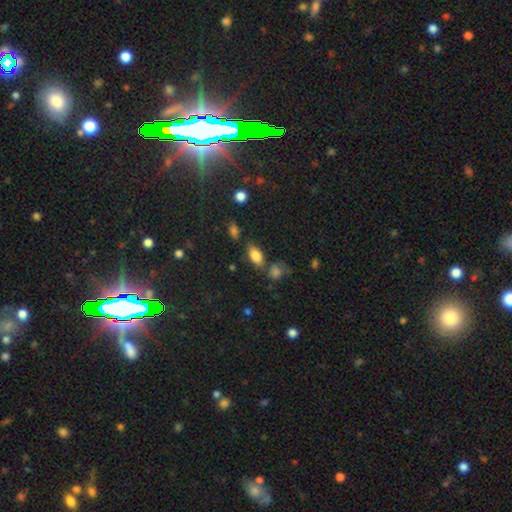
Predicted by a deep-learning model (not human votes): This is clearly a smooth galaxy (83%). How rounded: clearly in between (91%). Merging: likely none (69%).